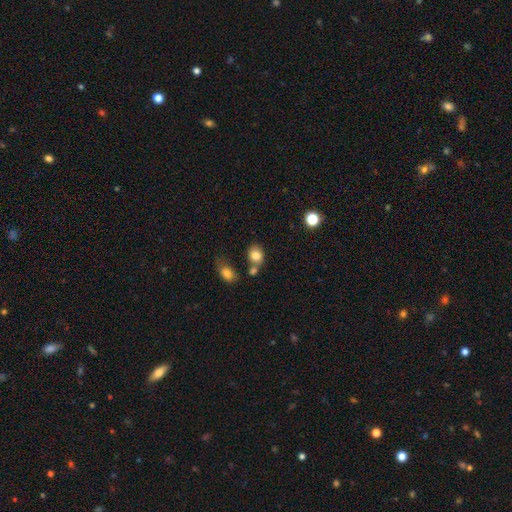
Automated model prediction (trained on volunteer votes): A smooth galaxy with no disk features (81%) that is round (54%).

Vote fractions:
- Smooth or featured? smooth: 81% / star or artifact: 10% / featured or disk: 9%
- How rounded? round: 54% / in between: 45% / cigar-shaped: 1%
- Merging? none: 55% / merger: 25% / minor disturbance: 15% / major disturbance: 5%